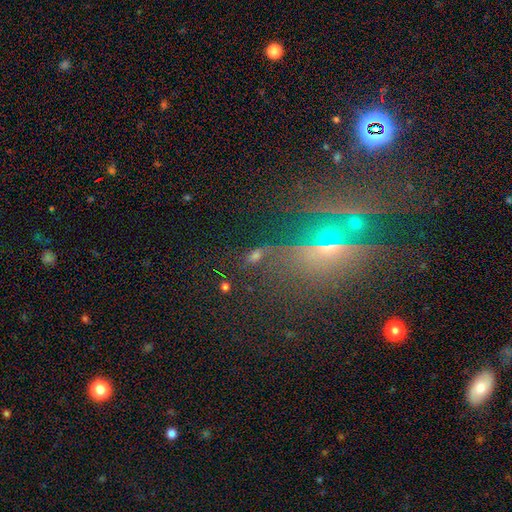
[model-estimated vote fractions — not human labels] Smooth or featured? Predicted: smooth (p=0.41). Merging? Predicted: none (p=0.47).